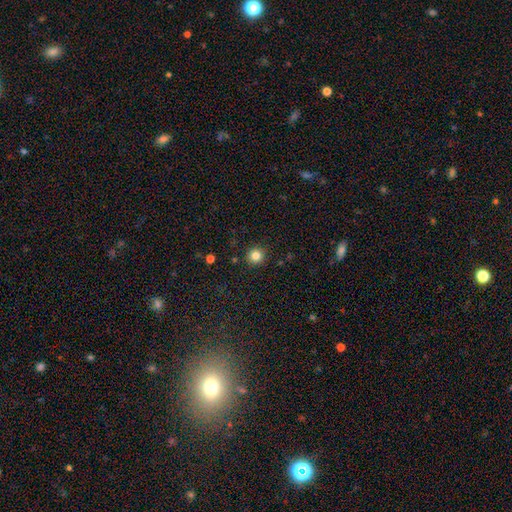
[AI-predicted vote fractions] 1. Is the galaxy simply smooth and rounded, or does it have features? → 83% smooth, 12% star or artifact, 5% featured or disk.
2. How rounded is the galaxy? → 94% round, 5% in between, 1% cigar-shaped.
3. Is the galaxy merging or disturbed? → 91% none, 5% minor disturbance, 2% major disturbance, 1% merger.